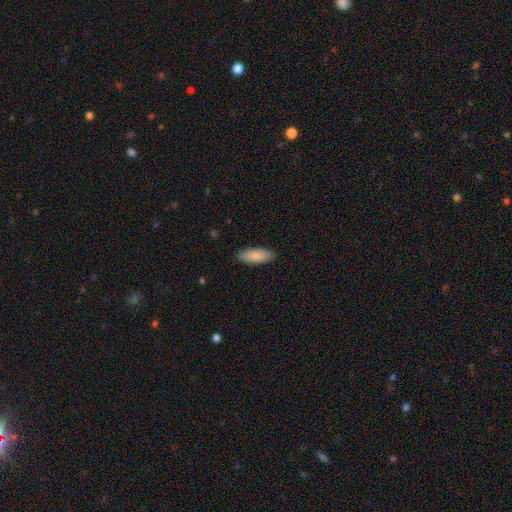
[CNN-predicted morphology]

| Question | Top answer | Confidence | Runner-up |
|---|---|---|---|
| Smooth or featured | smooth | 88% | featured or disk (7%) |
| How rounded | in between | 73% | cigar-shaped (25%) |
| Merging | none | 89% | minor disturbance (8%) |